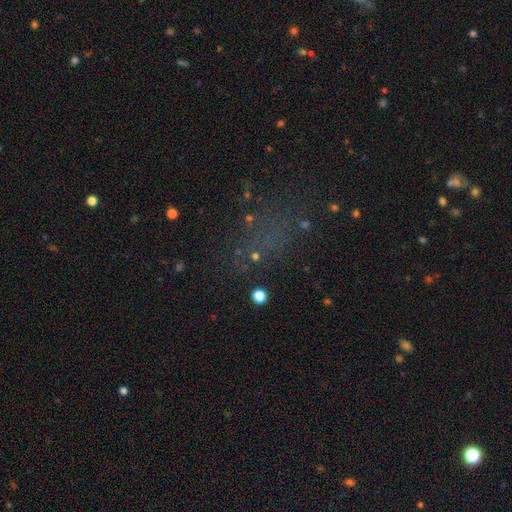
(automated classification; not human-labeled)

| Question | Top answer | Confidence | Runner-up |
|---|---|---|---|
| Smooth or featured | star or artifact | 47% | smooth (34%) |